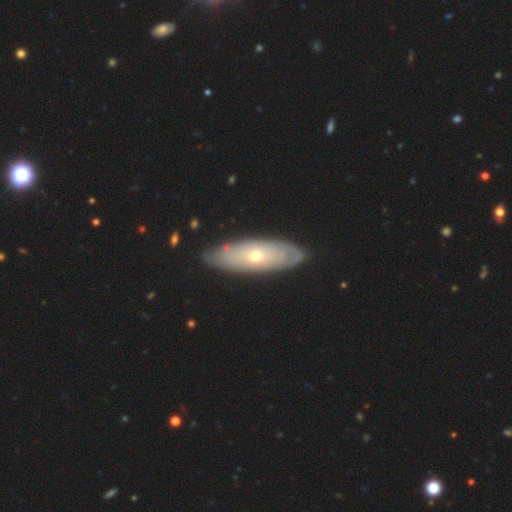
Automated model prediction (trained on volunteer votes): smooth_or_featured: featured or disk (p=0.60) [alt: smooth p=0.35]
disk_edge_on: no (p=0.75) [alt: yes p=0.25]
merging: none (p=0.85) [alt: minor disturbance p=0.11]